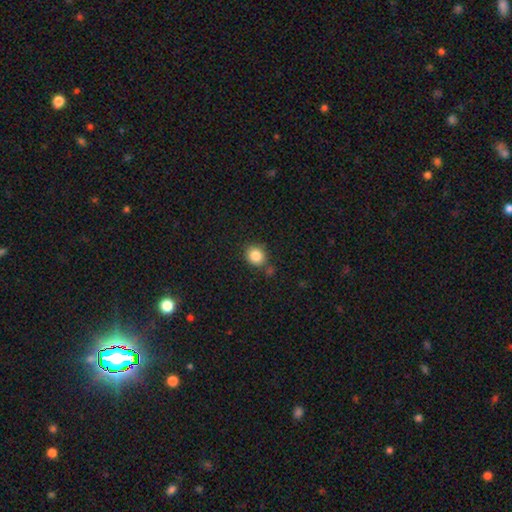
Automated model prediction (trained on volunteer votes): Smooth or featured?
  - smooth: 85% *
  - star or artifact: 10%
  - featured or disk: 5%
How rounded?
  - round: 81% *
  - in between: 18%
  - cigar-shaped: 1%
Merging?
  - none: 77% *
  - minor disturbance: 12%
  - merger: 8%
  - major disturbance: 3%